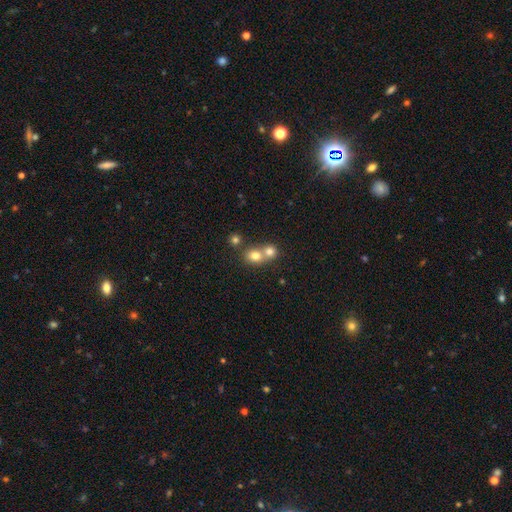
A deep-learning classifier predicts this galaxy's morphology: type=smooth (76%); roundness=round (76%); merging=merger (59%).